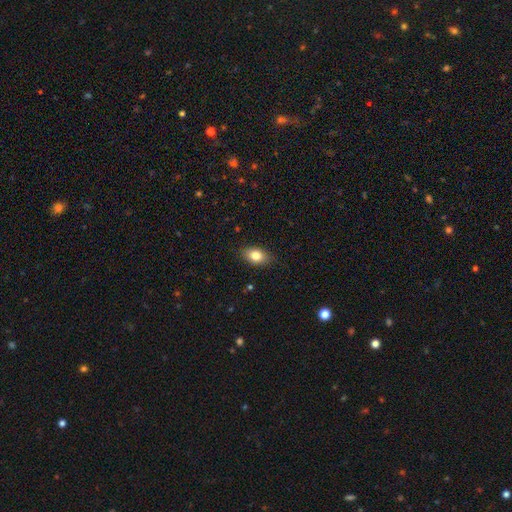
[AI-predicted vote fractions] Smooth or featured? smooth (81%)
How rounded? in between (85%)
Merging? none (85%)